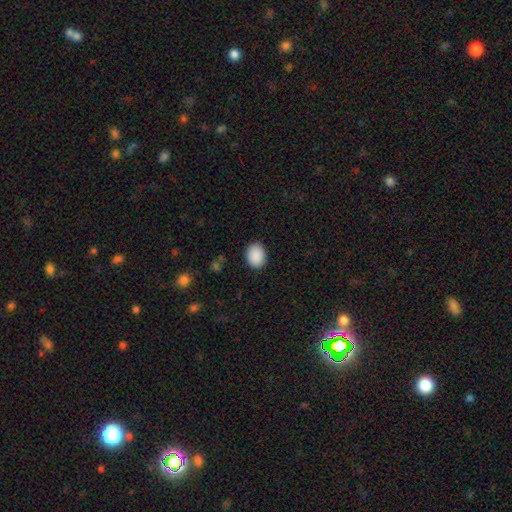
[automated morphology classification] A smooth galaxy with no disk features (90%) that is in between round and cigar-shaped (60%).

Vote fractions:
- Smooth or featured? smooth: 90% / star or artifact: 7% / featured or disk: 3%
- How rounded? in between: 60% / round: 39% / cigar-shaped: 1%
- Merging? none: 89% / minor disturbance: 8% / major disturbance: 2% / merger: 1%